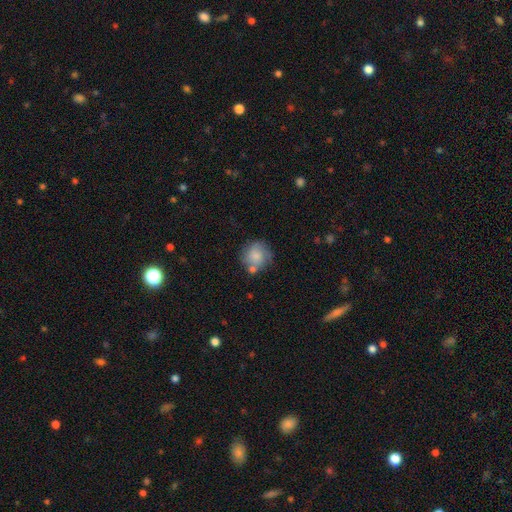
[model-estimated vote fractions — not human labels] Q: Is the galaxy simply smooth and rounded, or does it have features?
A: smooth — 74%.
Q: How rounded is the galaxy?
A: round — 85%.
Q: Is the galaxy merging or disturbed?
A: none — 59%.